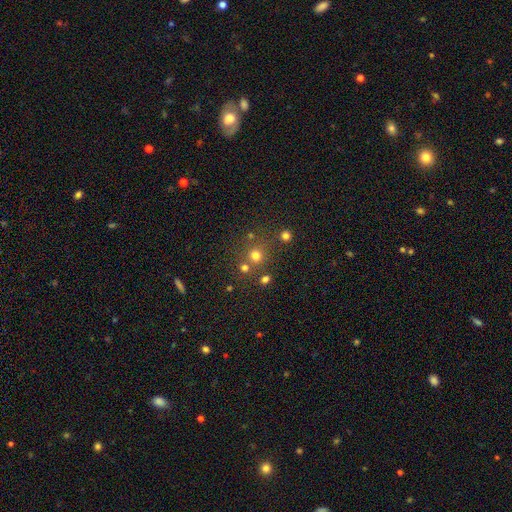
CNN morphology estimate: Smooth or featured: smooth — 70% (star or artifact — 21%)
How rounded: round — 90% (in between — 9%)
Merging: none — 69% (merger — 18%)